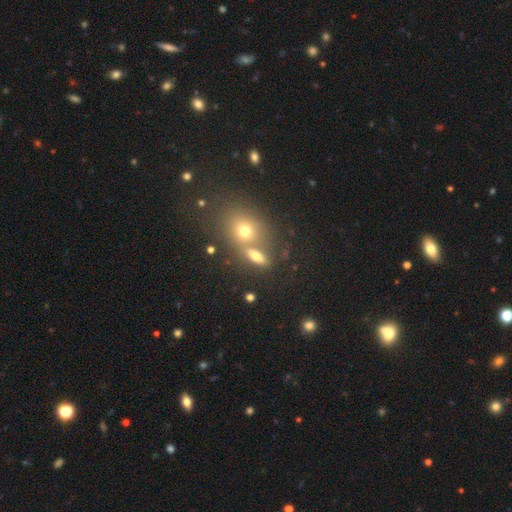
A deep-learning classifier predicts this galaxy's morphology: This appears to be a smooth galaxy with no disk features (67%) that is in between round and cigar-shaped (64%). Merging: none (52%).